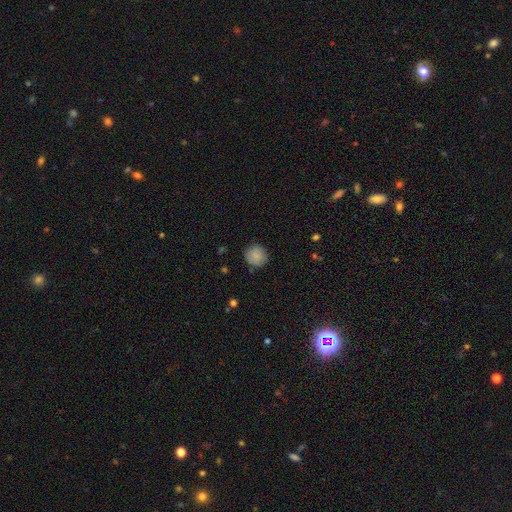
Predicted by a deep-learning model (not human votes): Smooth or featured? Predicted: smooth (p=0.87). How rounded? Predicted: round (p=0.89). Merging? Predicted: none (p=0.84).